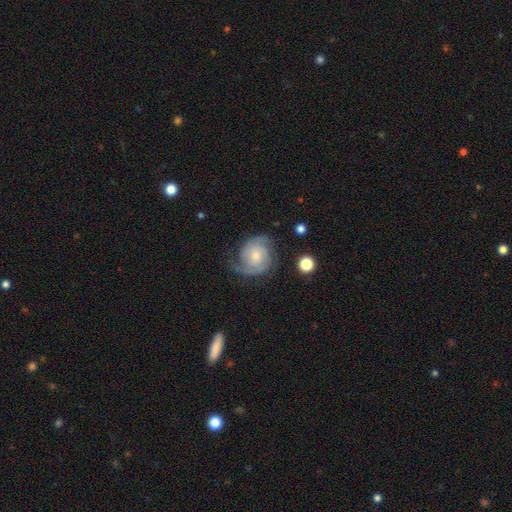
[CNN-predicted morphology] Smooth or featured? featured or disk (79%)
Edge-on disk? no (98%)
Bar? no (70%)
Spiral arms? yes (95%)
Spiral winding? tight (41%, tied with medium)
Spiral arm count? 2 (74%)
Bulge size? small (53%)
Merging? none (64%)